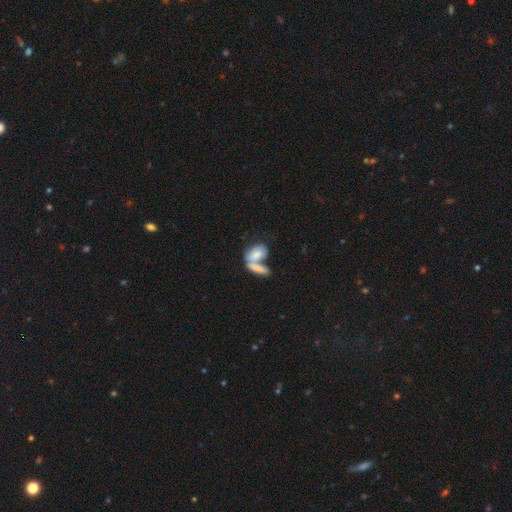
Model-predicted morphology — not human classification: Smooth or featured? Predicted: smooth (p=0.74). How rounded? Predicted: in between (p=0.84). Merging? Predicted: merger (p=0.63).